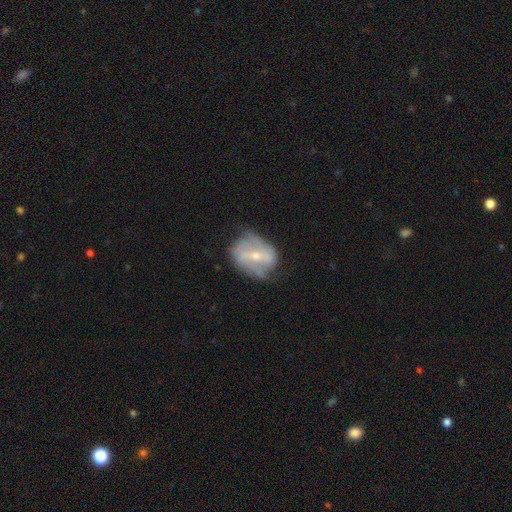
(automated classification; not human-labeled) Overall: featured or disk (75%). Edge-on disk: no (96%). Bar: weak (41%; strong 35%). Spiral arms: yes (79%). Spiral arm count: 2 (63%). Spiral winding: medium (41%; loose 32%). Bulge size: small (57%; moderate 40%). Merging: none (57%; minor disturbance 28%).